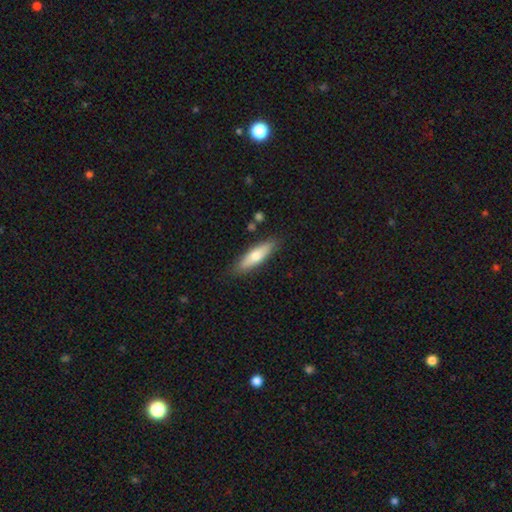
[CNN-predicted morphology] Smooth or featured? Predicted: smooth (p=0.63). How rounded? Predicted: cigar-shaped (p=0.57). Merging? Predicted: none (p=0.84).